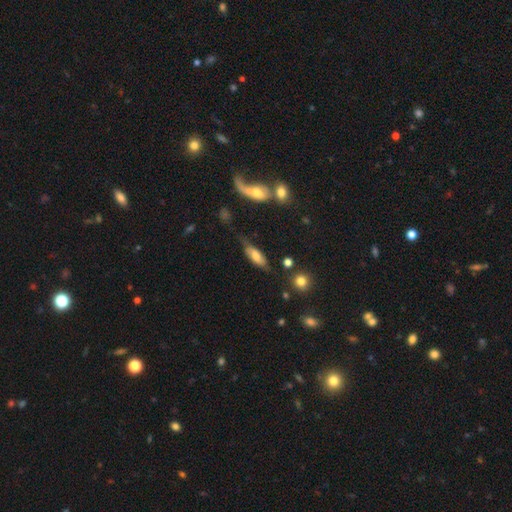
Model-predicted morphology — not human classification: Smooth or featured?
  - smooth: 55% *
  - featured or disk: 37%
  - star or artifact: 8%
How rounded?
  - in between: 70% *
  - cigar-shaped: 27%
  - round: 3%
Merging?
  - none: 50% *
  - minor disturbance: 29%
  - major disturbance: 15%
  - merger: 6%